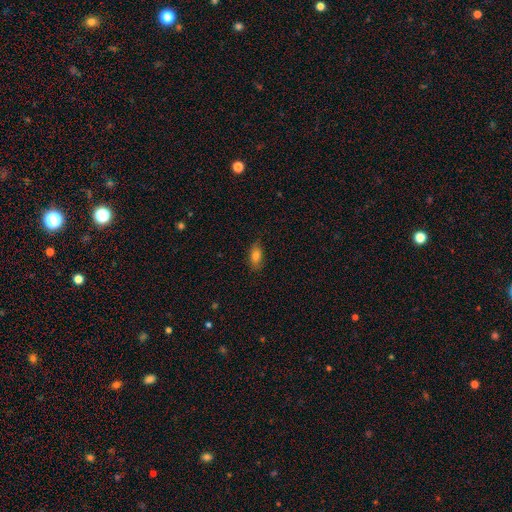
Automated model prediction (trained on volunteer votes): A smooth galaxy with no disk features (79%) that is in between round and cigar-shaped (87%). Merging: none (80%).